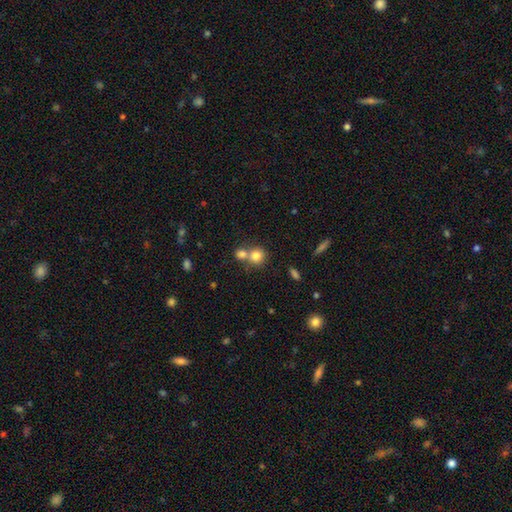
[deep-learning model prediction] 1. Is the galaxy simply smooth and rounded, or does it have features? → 79% smooth, 11% star or artifact, 10% featured or disk.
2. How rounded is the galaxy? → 84% round, 15% in between, 1% cigar-shaped.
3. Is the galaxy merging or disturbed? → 48% merger, 43% none, 7% minor disturbance, 3% major disturbance.